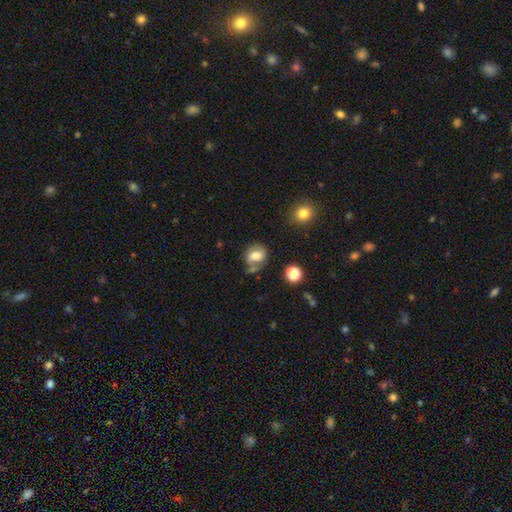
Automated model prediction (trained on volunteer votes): smooth-or-featured: smooth: 62% | featured or disk: 28% | star or artifact: 11%
  how-rounded: round: 58% | in between: 40% | cigar-shaped: 1%
  merging: none: 56% | minor disturbance: 21% | merger: 15% | major disturbance: 9%